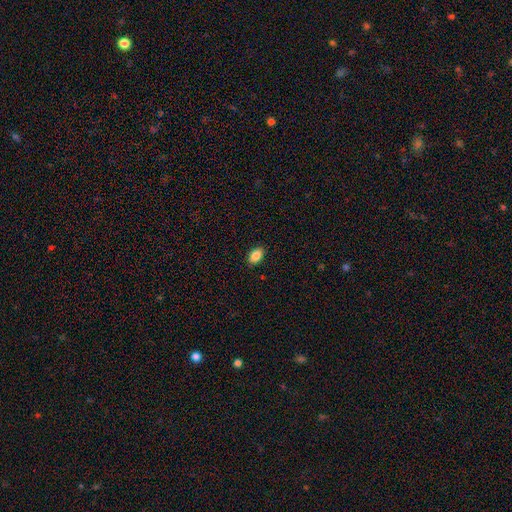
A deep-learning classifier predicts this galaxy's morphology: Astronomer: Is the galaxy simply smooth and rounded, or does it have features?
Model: smooth — 88%.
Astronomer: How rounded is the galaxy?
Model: in between — 88%.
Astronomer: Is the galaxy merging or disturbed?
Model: none — 89%.